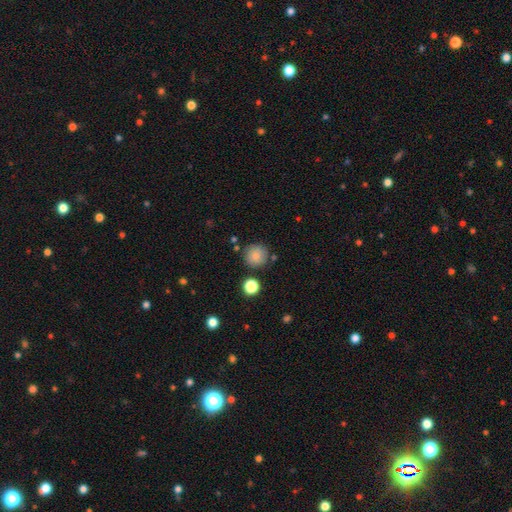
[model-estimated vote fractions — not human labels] Q: Smooth or featured?
A: smooth (81%); runner-up: star or artifact (10%)
Q: How rounded?
A: round (94%); runner-up: in between (5%)
Q: Merging?
A: none (83%); runner-up: minor disturbance (9%)